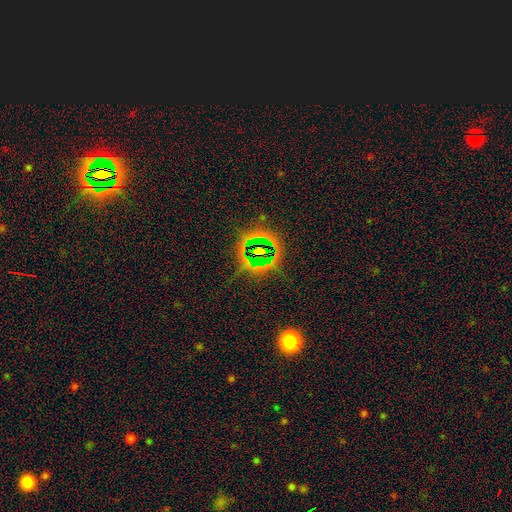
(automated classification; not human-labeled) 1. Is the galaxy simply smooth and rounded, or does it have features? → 76% star or artifact, 13% smooth, 11% featured or disk.